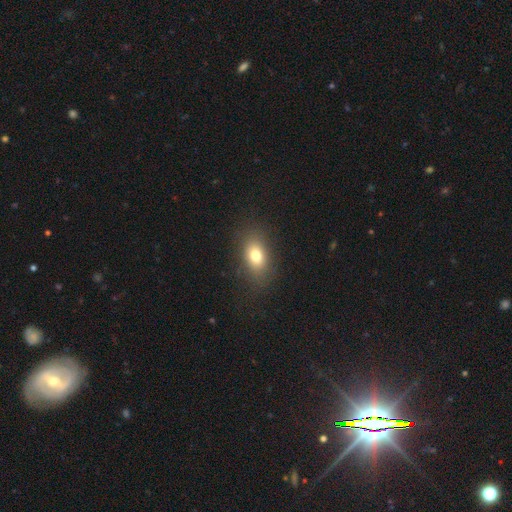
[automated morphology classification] A smooth galaxy with no disk features (76%) that is in between round and cigar-shaped (79%). Merging: none (83%).